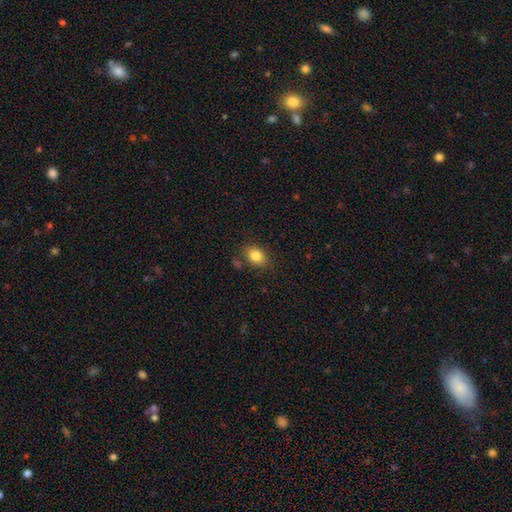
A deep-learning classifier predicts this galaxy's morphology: Overall: smooth (84%). How rounded: in between (70%). Merging: none (78%).